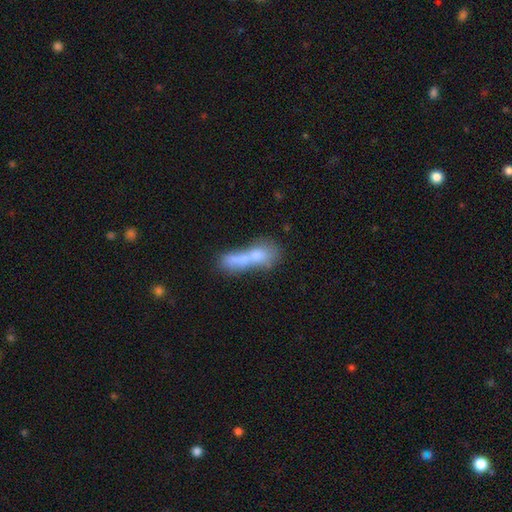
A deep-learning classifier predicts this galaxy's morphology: This appears to be a smooth galaxy with no disk features (59%) that is in between round and cigar-shaped (45%). Merging: merger (67%).